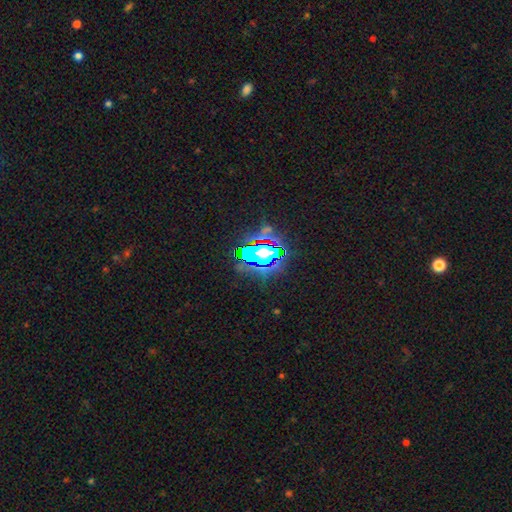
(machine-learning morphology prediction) smooth-or-featured: star or artifact: 58% | smooth: 26% | featured or disk: 17%